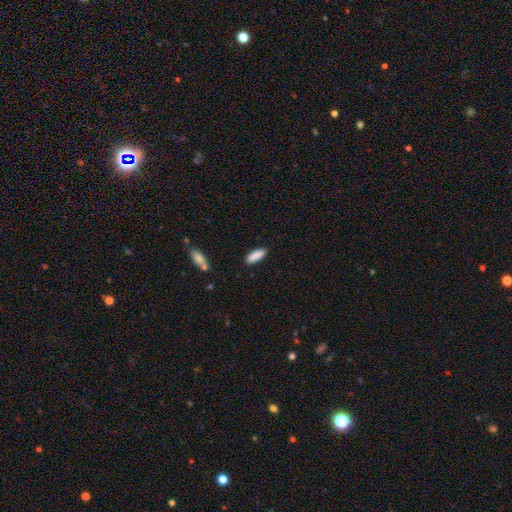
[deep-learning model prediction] Smooth or featured? smooth (88%)
How rounded? in between (52%)
Merging? none (84%)